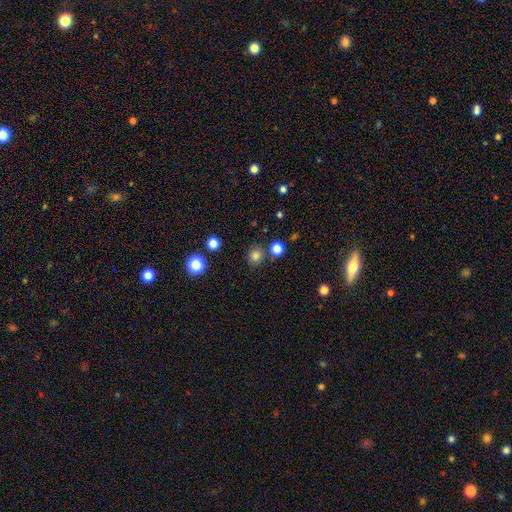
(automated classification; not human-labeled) smooth 81%, star or artifact 15%, featured or disk 4%. Down the decision tree: how rounded — round (89%); merging — none (83%).